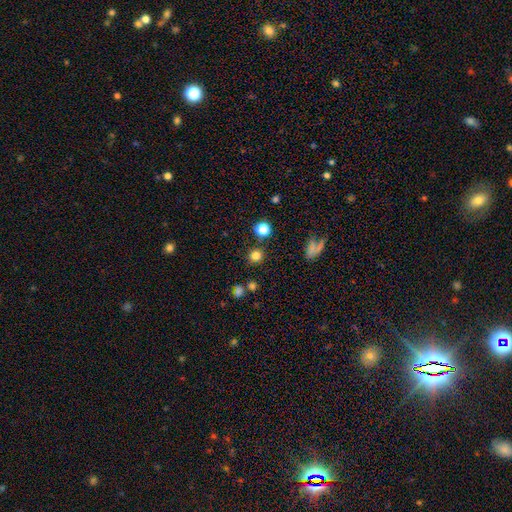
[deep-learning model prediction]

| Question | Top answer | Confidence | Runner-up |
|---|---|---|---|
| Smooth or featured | smooth | 77% | star or artifact (17%) |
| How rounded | round | 91% | in between (8%) |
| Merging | none | 85% | minor disturbance (7%) |